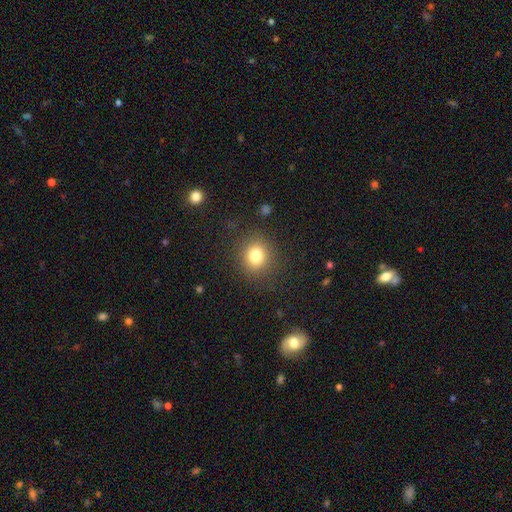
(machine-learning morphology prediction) A smooth galaxy with no disk features (79%) that is round (81%).

Vote fractions:
- Smooth or featured? smooth: 79% / star or artifact: 12% / featured or disk: 8%
- How rounded? round: 81% / in between: 18% / cigar-shaped: 1%
- Merging? none: 86% / minor disturbance: 8% / major disturbance: 4% / merger: 1%